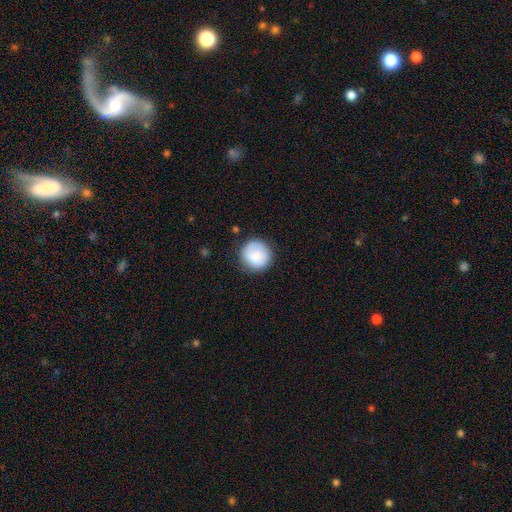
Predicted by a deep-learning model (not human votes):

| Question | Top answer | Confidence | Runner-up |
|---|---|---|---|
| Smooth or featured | smooth | 79% | featured or disk (14%) |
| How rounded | round | 92% | in between (7%) |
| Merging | none | 79% | minor disturbance (15%) |